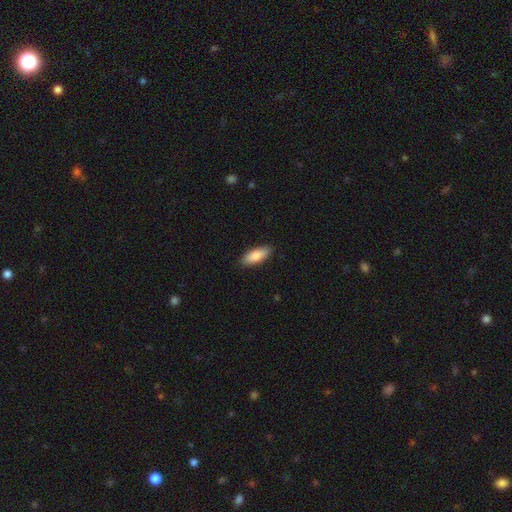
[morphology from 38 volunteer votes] Smooth or featured? 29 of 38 (76%) said smooth. How rounded? 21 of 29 (72%) said in between. Merging? 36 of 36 (100%) said none.